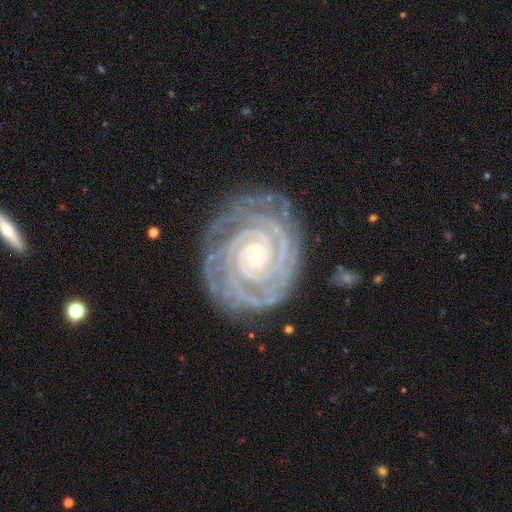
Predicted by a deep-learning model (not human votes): A featured or disk galaxy (92%) with no bar (73%), 2 (26%) tight (89%) spiral arms (99%) and a small central bulge (81%).

Vote fractions:
- Smooth or featured? featured or disk: 92% / star or artifact: 5% / smooth: 3%
- Edge-on disk? no: 97% / yes: 3%
- Bar? no: 73% / weak: 16% / strong: 11%
- Spiral arms? yes: 99% / no: 1%
- Spiral winding? tight: 89% / medium: 10% / loose: 1%
- Spiral arm count? 2: 26% / 3: 22% / 4: 19% / can't tell: 14% / more than 4: 12% / 1: 7%
- Bulge size? small: 81% / moderate: 16% / large: 1% / none: 1% / dominant: 1%
- Merging? none: 80% / minor disturbance: 14% / major disturbance: 4% / merger: 1%